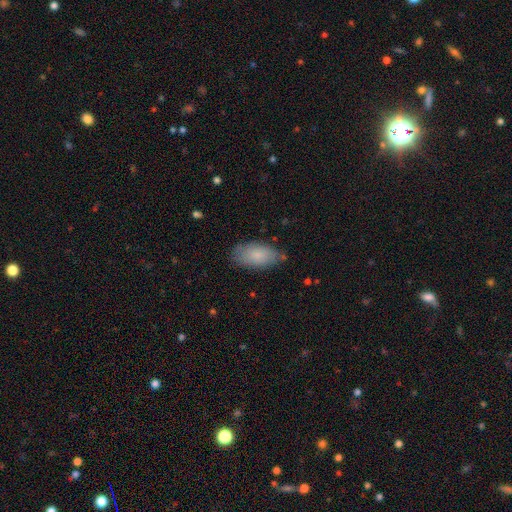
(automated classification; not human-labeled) smooth 82%, featured or disk 12%, star or artifact 6%. Down the decision tree: how rounded — in between (93%); merging — none (78%).